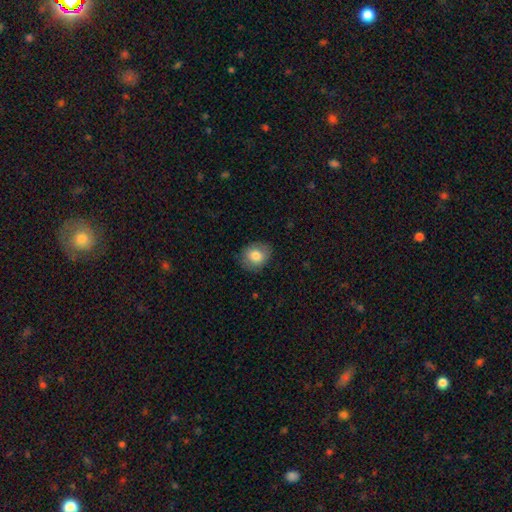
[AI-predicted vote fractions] A smooth galaxy with no disk features (82%) that is round (59%). Merging: none (83%).